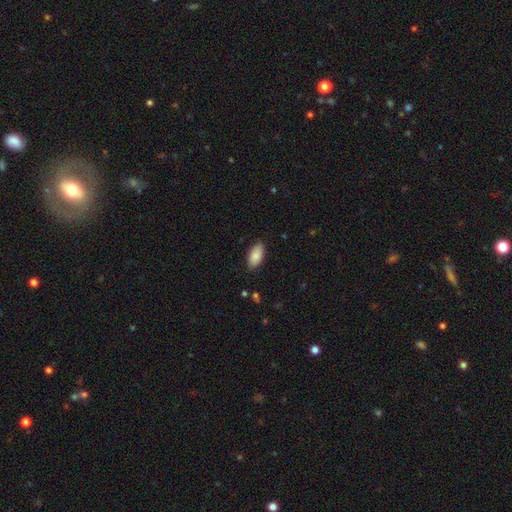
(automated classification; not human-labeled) Q: Smooth or featured?
A: smooth (88%); runner-up: star or artifact (6%)
Q: How rounded?
A: in between (93%); runner-up: cigar-shaped (4%)
Q: Merging?
A: none (86%); runner-up: minor disturbance (11%)